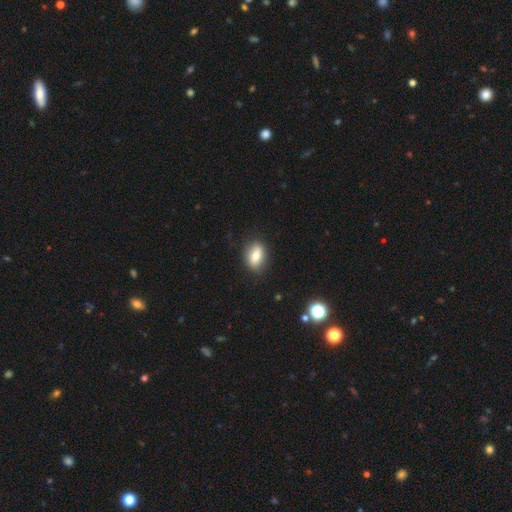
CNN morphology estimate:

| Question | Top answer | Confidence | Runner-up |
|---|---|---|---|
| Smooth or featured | smooth | 73% | featured or disk (18%) |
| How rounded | in between | 79% | round (19%) |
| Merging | none | 84% | minor disturbance (12%) |